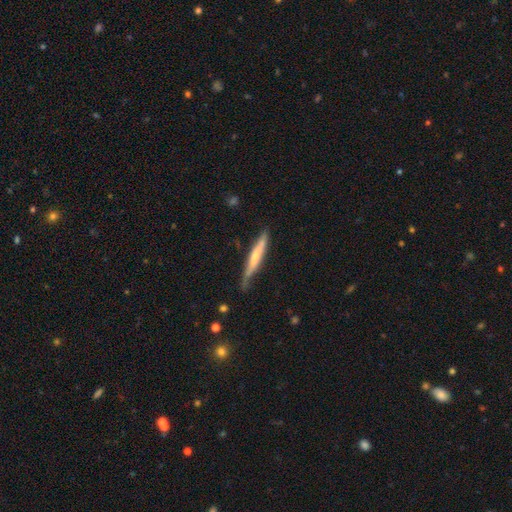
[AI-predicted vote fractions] Morphology: type=smooth (52%); roundness=cigar-shaped (93%); merging=none (64%).